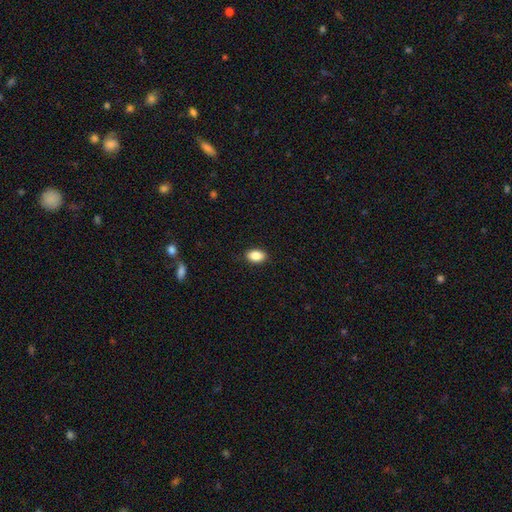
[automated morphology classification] Smooth or featured?
  - smooth: 87% *
  - star or artifact: 8%
  - featured or disk: 5%
How rounded?
  - in between: 88% *
  - round: 11%
  - cigar-shaped: 2%
Merging?
  - none: 88% *
  - minor disturbance: 9%
  - major disturbance: 2%
  - merger: 1%